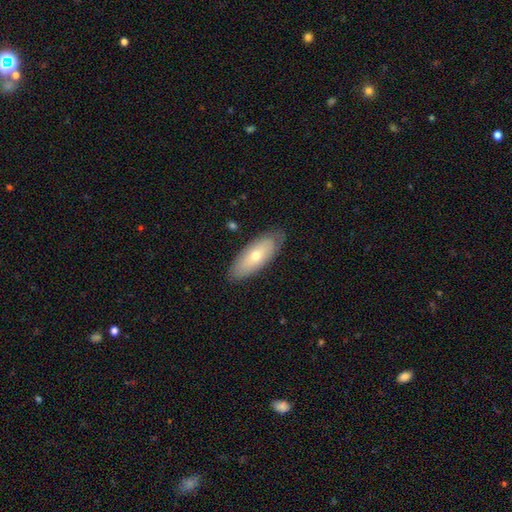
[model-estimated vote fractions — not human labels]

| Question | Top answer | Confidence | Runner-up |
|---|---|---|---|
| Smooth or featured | smooth | 61% | featured or disk (33%) |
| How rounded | in between | 75% | cigar-shaped (23%) |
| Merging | none | 83% | minor disturbance (13%) |